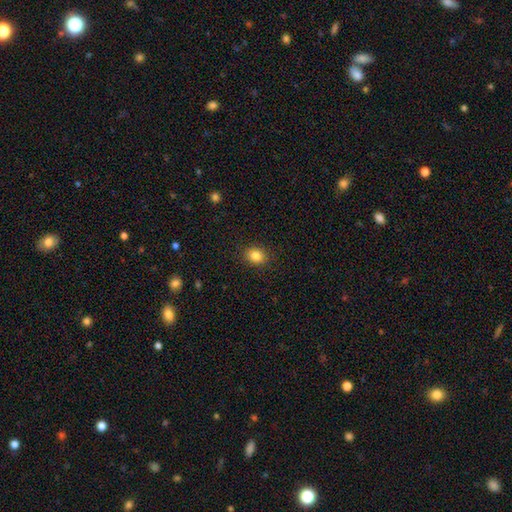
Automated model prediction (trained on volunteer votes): smooth_or_featured: smooth (p=0.84) [alt: star or artifact p=0.10]
how_rounded: round (p=0.58) [alt: in between p=0.41]
merging: none (p=0.89) [alt: minor disturbance p=0.07]